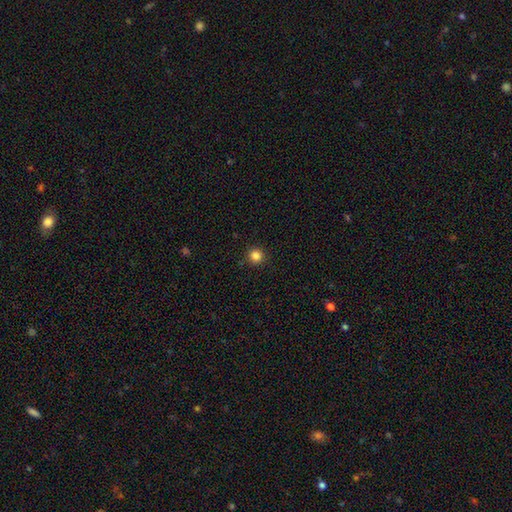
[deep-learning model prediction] Morphology: type=smooth (84%); roundness=round (95%); merging=none (92%).